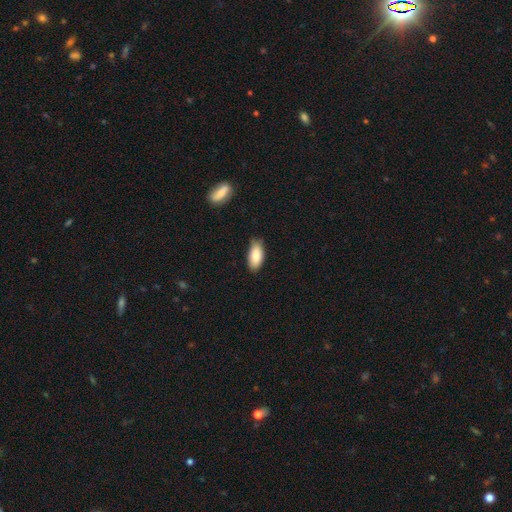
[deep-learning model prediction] smooth_or_featured: smooth (p=0.82) [alt: featured or disk p=0.11]
how_rounded: in between (p=0.90) [alt: cigar-shaped p=0.07]
merging: none (p=0.79) [alt: minor disturbance p=0.17]